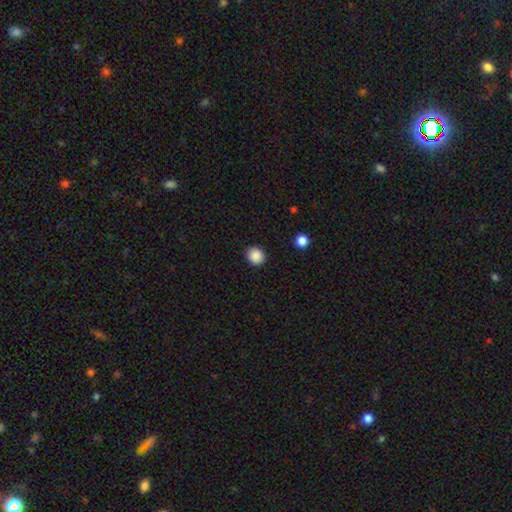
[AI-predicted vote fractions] A smooth galaxy with no disk features (88%) that is round (84%). Merging: none (91%).